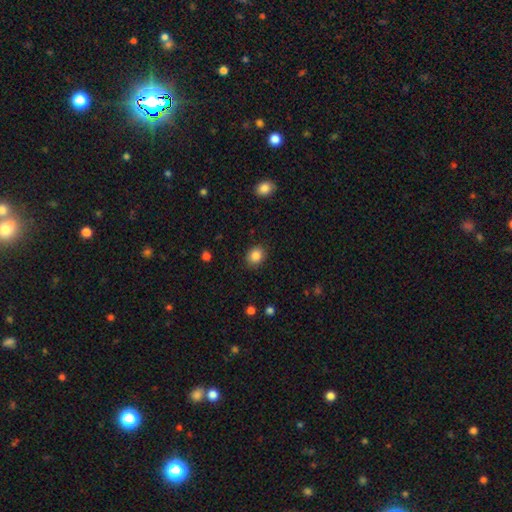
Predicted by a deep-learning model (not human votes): Overall: smooth (85%). How rounded: round (63%; in between 36%). Merging: none (88%).